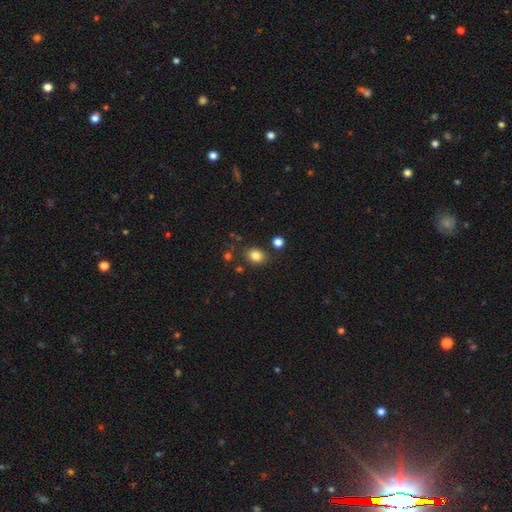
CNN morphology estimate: The model was most divided on "how rounded": in between: 51%, round: 48%, cigar-shaped: 1%. More confident: smooth or featured — smooth (81%); merging — none (80%).